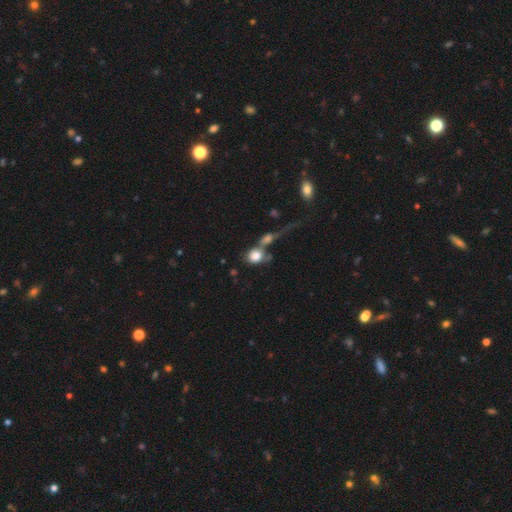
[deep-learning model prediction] The model was most divided on "merging": merger: 54%, none: 26%, major disturbance: 12%, minor disturbance: 8%. More confident: smooth or featured — smooth (77%); how rounded — round (64%).